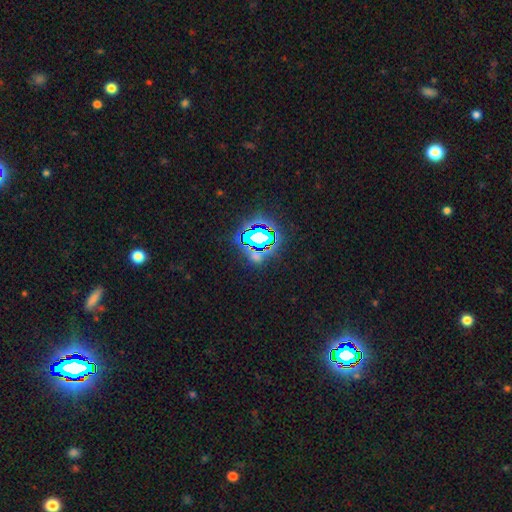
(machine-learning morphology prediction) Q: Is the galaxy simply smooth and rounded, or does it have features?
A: star or artifact — 70%.